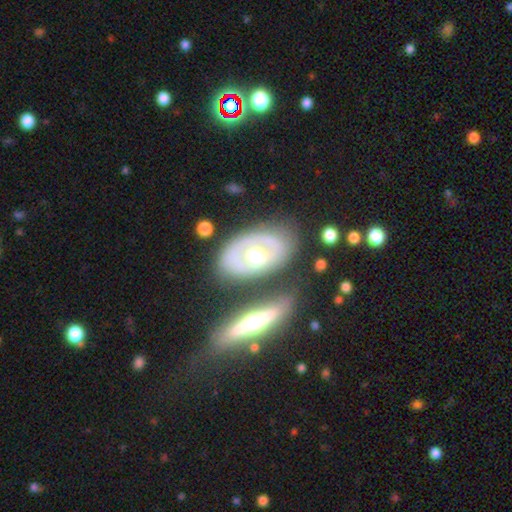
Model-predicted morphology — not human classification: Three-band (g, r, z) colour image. It shows a featured or disk galaxy (63%) with no bar (88%), no spiral arms (83%) and a moderate central bulge (63%). Merging: none (69%).